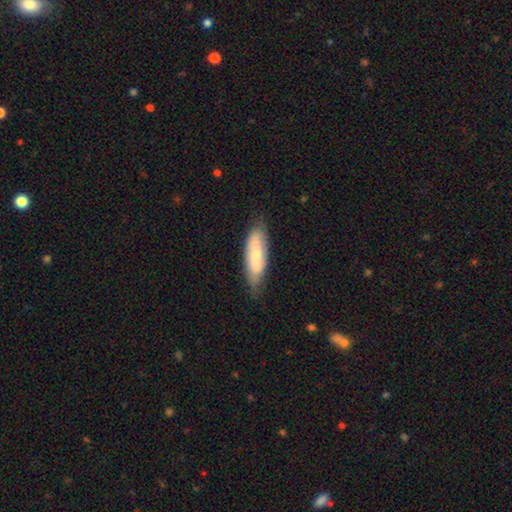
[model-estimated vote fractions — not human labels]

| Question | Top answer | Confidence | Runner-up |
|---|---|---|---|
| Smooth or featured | smooth | 59% | featured or disk (35%) |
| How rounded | in between | 49% | tied: cigar-shaped (49%) |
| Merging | none | 73% | minor disturbance (22%) |